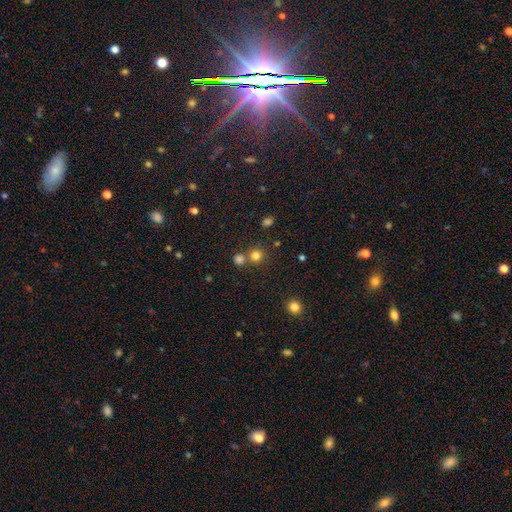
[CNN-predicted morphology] Smooth or featured?
  - smooth: 78% *
  - star or artifact: 16%
  - featured or disk: 6%
How rounded?
  - round: 90% *
  - in between: 9%
  - cigar-shaped: 1%
Merging?
  - none: 66% *
  - merger: 25%
  - minor disturbance: 7%
  - major disturbance: 3%